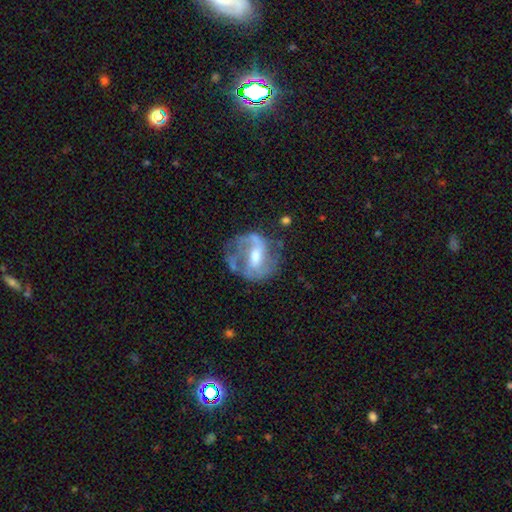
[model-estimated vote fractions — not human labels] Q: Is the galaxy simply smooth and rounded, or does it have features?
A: featured or disk — 79%.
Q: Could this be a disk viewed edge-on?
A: no — 97%.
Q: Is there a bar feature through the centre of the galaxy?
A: weak — 49%.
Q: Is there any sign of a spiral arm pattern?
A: yes — 83%.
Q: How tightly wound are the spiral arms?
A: medium — 45%.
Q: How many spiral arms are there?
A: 2 — 63%.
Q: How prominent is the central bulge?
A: moderate — 62%.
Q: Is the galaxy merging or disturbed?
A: none — 52%.